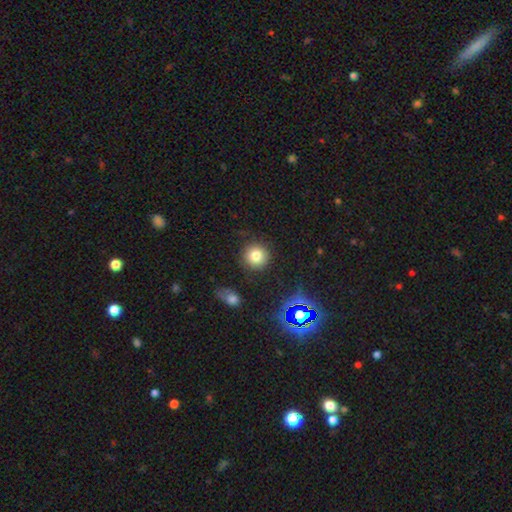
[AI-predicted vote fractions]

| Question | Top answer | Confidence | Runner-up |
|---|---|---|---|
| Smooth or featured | smooth | 76% | star or artifact (15%) |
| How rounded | round | 93% | in between (6%) |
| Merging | none | 86% | minor disturbance (8%) |